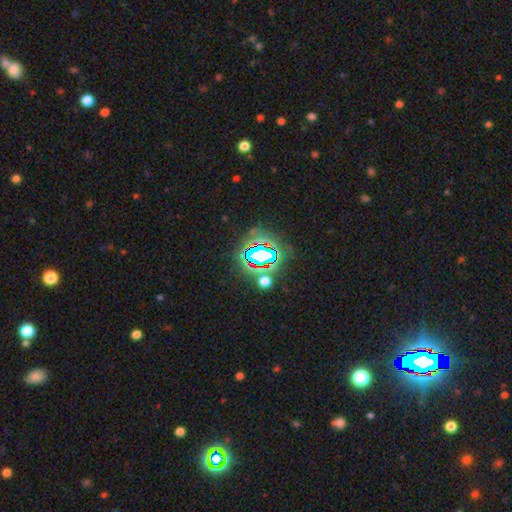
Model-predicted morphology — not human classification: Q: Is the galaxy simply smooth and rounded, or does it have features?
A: star or artifact — 71%.